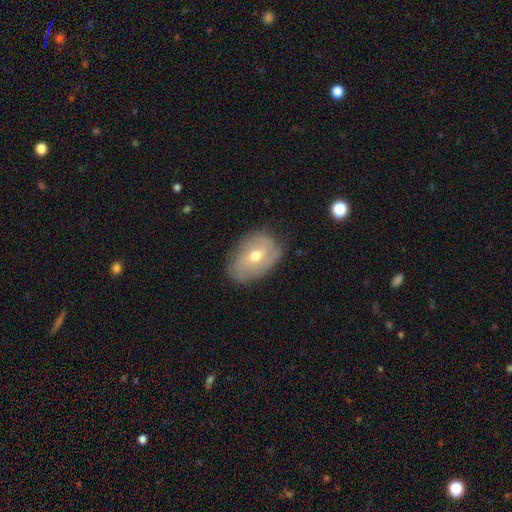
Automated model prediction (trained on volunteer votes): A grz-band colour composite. It shows a featured or disk galaxy (55%) with no bar (60%), spiral arms (61%) and a moderate central bulge (67%). Merging: none (68%).